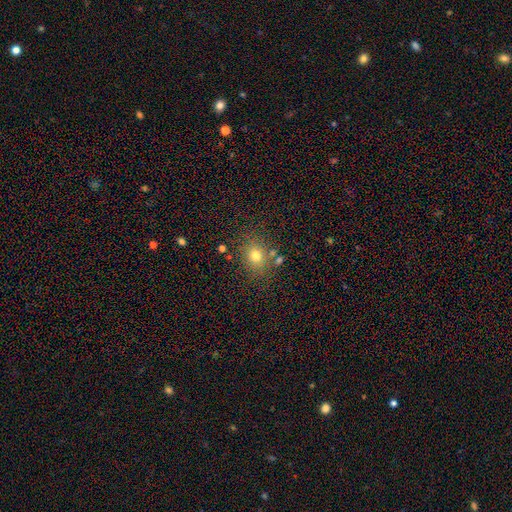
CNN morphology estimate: Overall: smooth (74%). How rounded: round (68%; in between 31%). Merging: none (77%).